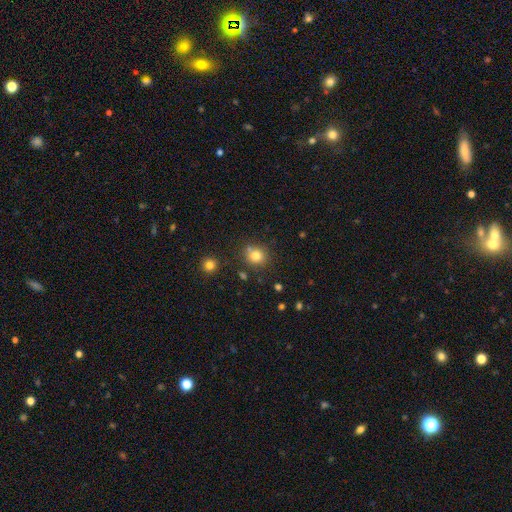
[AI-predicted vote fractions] smooth_or_featured: smooth (p=0.79) [alt: star or artifact p=0.13]
how_rounded: round (p=0.86) [alt: in between p=0.13]
merging: none (p=0.75) [alt: minor disturbance p=0.12]